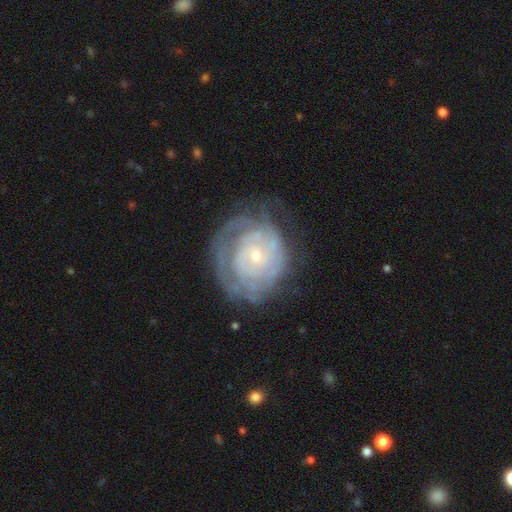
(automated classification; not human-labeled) This is likely a featured or disk galaxy (76%). It is clearly not viewed edge-on (97%). Bar: likely no (77%). Spiral arm pattern: clearly yes (81%). Spiral arm count: possibly can't tell (56%). Spiral winding: likely tight (74%). Central bulge: likely small (76%). Merging: possibly none (59%).